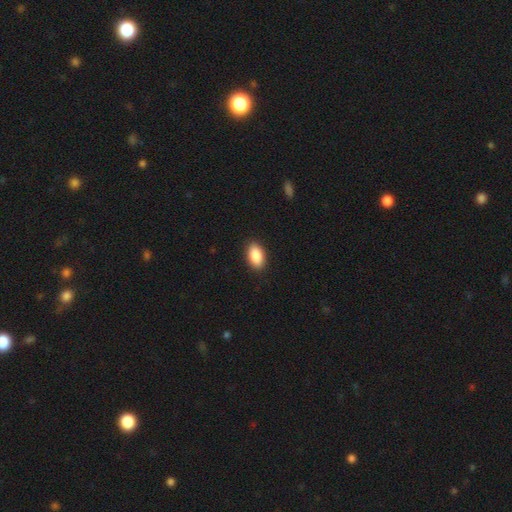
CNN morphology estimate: Overall: smooth (89%). How rounded: in between (93%). Merging: none (90%).